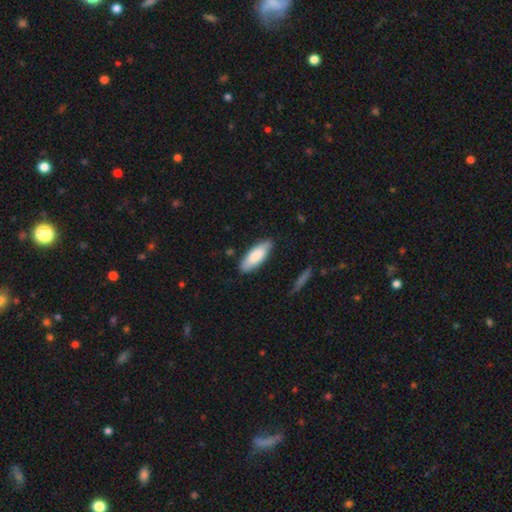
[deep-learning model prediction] A smooth galaxy with no disk features (84%) that is in between round and cigar-shaped (69%).

Vote fractions:
- Smooth or featured? smooth: 84% / featured or disk: 11% / star or artifact: 5%
- How rounded? in between: 69% / cigar-shaped: 29% / round: 2%
- Merging? none: 84% / minor disturbance: 12% / major disturbance: 2% / merger: 2%